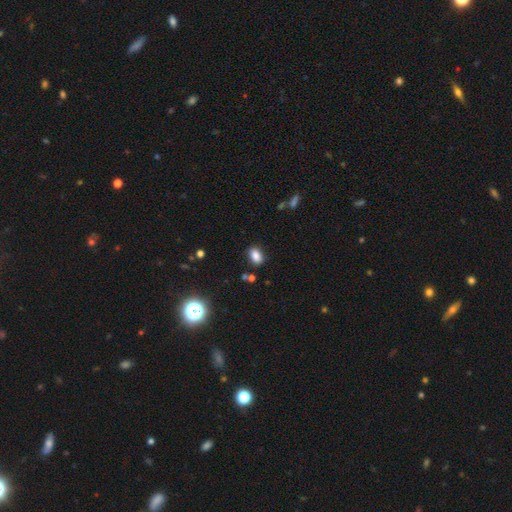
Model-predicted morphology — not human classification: smooth_or_featured: smooth (p=0.84) [alt: star or artifact p=0.11]
how_rounded: in between (p=0.83) [alt: round p=0.14]
merging: none (p=0.84) [alt: minor disturbance p=0.10]